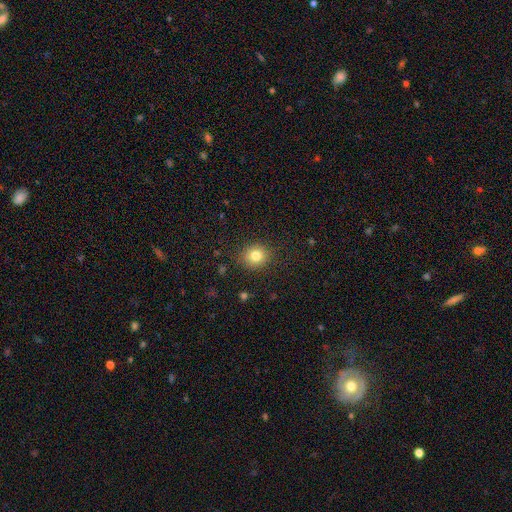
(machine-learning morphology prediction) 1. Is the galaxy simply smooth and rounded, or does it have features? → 81% smooth, 12% star or artifact, 7% featured or disk.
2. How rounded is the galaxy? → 79% round, 20% in between, 1% cigar-shaped.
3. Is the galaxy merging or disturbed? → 88% none, 8% minor disturbance, 3% major disturbance, 1% merger.